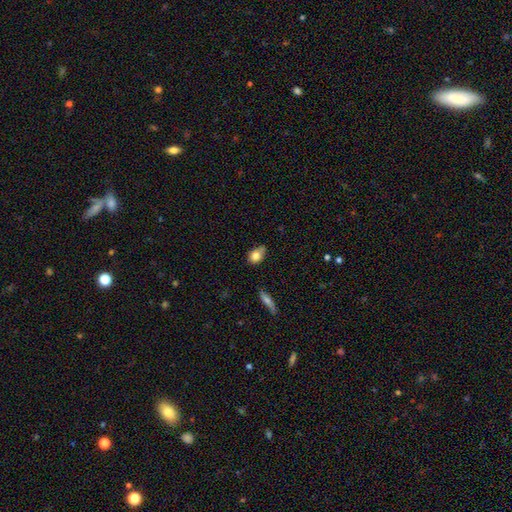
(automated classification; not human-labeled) smooth-or-featured: smooth: 80% | featured or disk: 12% | star or artifact: 9%
  how-rounded: in between: 67% | round: 31% | cigar-shaped: 2%
  merging: none: 50% | minor disturbance: 35% | major disturbance: 7% | merger: 7%